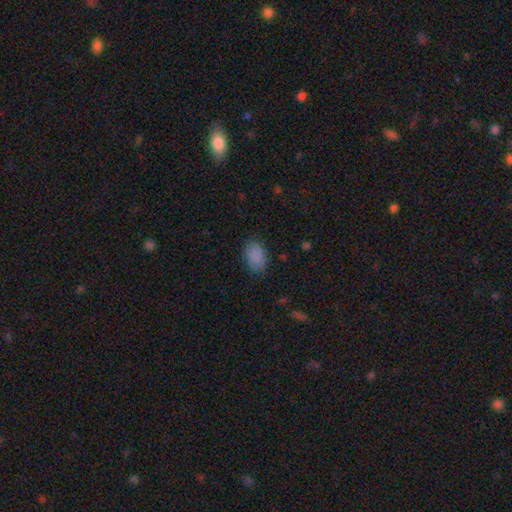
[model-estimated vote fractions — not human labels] Q: Smooth or featured?
A: smooth (88%); runner-up: star or artifact (8%)
Q: How rounded?
A: in between (86%); runner-up: round (13%)
Q: Merging?
A: none (82%); runner-up: minor disturbance (14%)